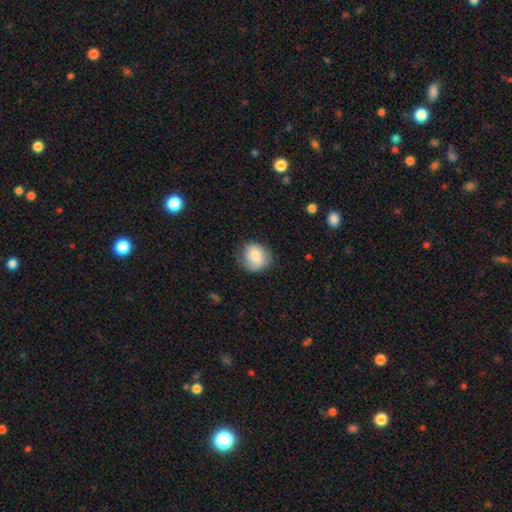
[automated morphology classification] This appears to be a smooth galaxy with no disk features (68%) that is round (75%). Merging: none (63%).